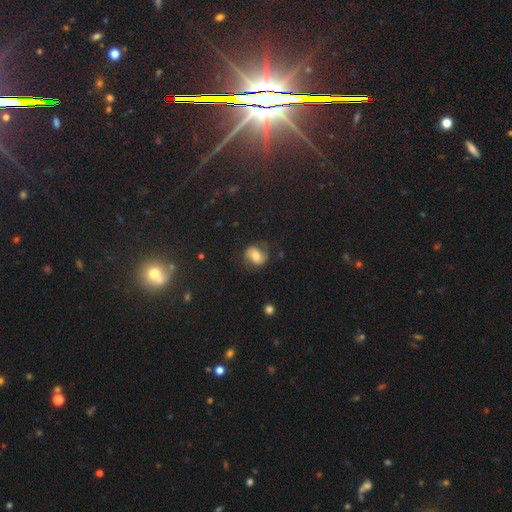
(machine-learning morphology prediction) smooth-or-featured: featured or disk: 52% | smooth: 38% | star or artifact: 11%
  disk-edge-on: no: 97% | yes: 3%
    bar: no: 48% | weak: 37% | strong: 15%
    has-spiral-arms: yes: 87% | no: 13%
    bulge-size: moderate: 62% | small: 18% | large: 16% | none: 3% | dominant: 2%
  merging: none: 72% | minor disturbance: 18% | major disturbance: 9% | merger: 1%